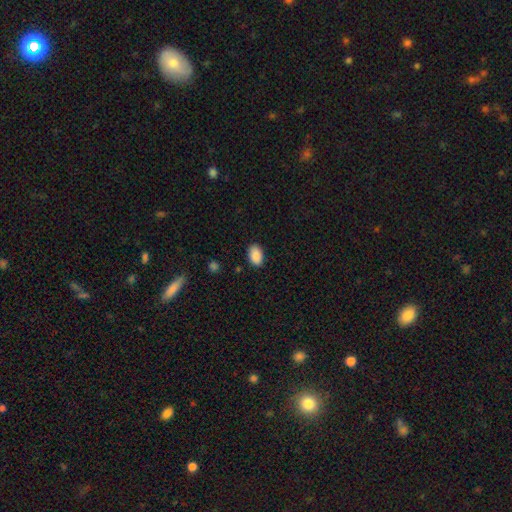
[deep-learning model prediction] Overall: smooth (88%). How rounded: in between (90%). Merging: none (87%).